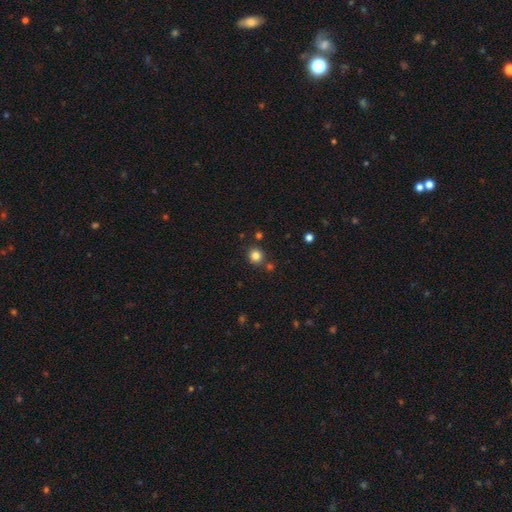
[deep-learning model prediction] smooth_or_featured: smooth (p=0.82) [alt: star or artifact p=0.13]
how_rounded: round (p=0.91) [alt: in between p=0.08]
merging: none (p=0.84) [alt: minor disturbance p=0.08]